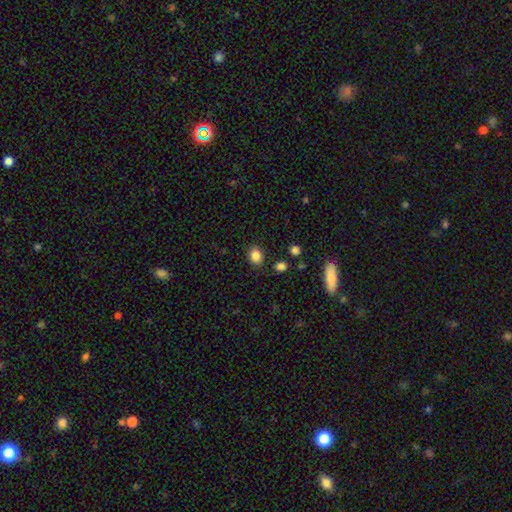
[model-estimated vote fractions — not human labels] This appears to be a smooth galaxy with no disk features (85%) that is round (50%). Merging: none (84%).